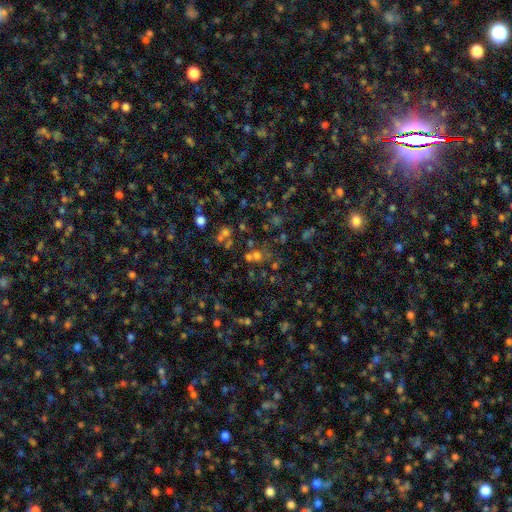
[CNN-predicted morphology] Smooth or featured? star or artifact (44%)